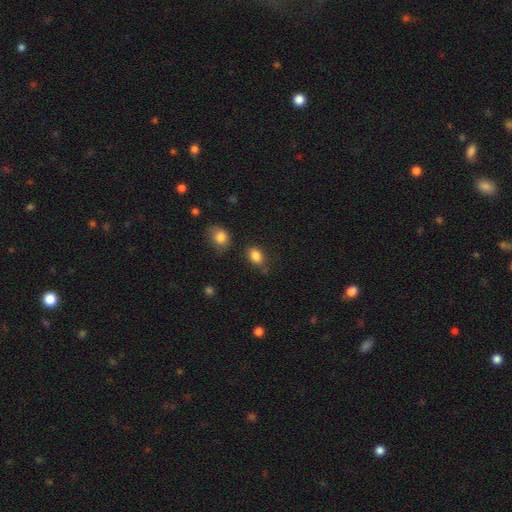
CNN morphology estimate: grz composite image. It shows a smooth galaxy with no disk features (85%) that is in between round and cigar-shaped (73%). Merging: none (72%).